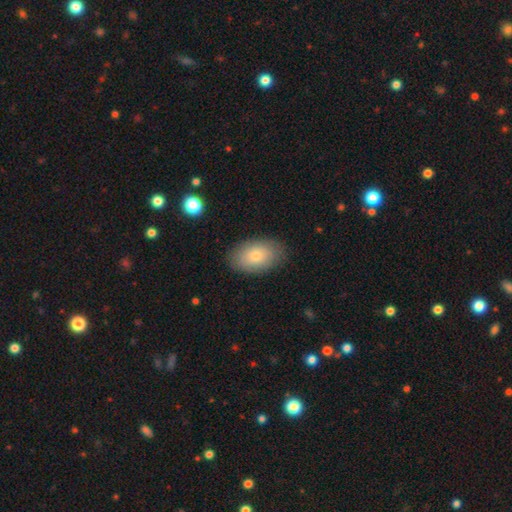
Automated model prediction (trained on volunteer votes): Smooth or featured? smooth (80%)
How rounded? in between (92%)
Merging? none (85%)